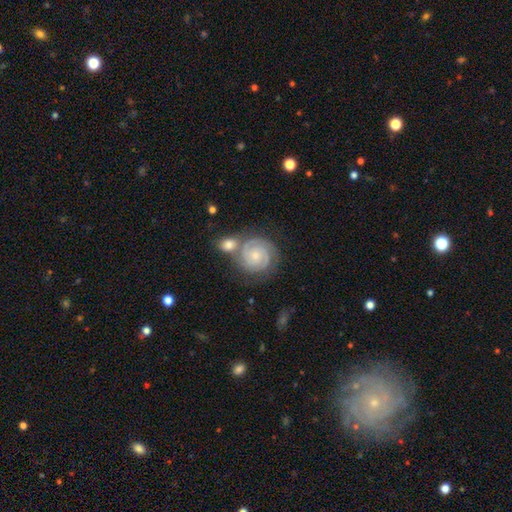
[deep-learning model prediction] Smooth or featured? featured or disk (83%)
Edge-on disk? no (98%)
Bar? no (73%)
Spiral arms? yes (97%)
Spiral winding? tight (76%)
Spiral arm count? 2 (62%)
Bulge size? small (62%)
Merging? none (57%)